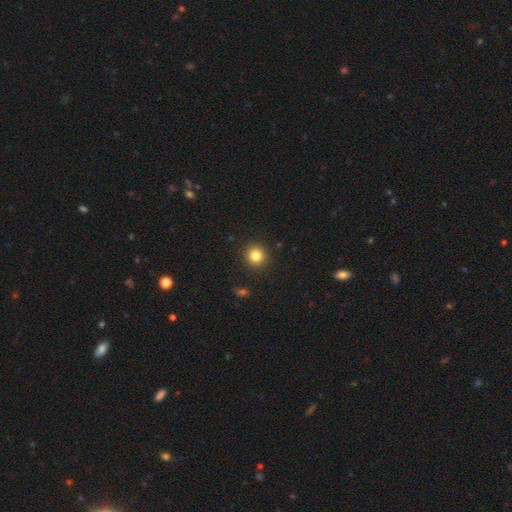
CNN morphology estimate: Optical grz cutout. It shows a smooth galaxy with no disk features (82%) that is round (94%). Merging: none (92%).